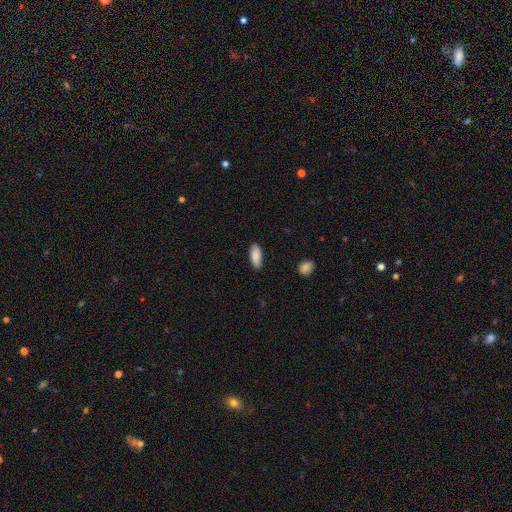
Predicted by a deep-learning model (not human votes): The model was most divided on "how rounded": in between: 84%, cigar-shaped: 14%, round: 2%. More confident: smooth or featured — smooth (87%); merging — none (84%).